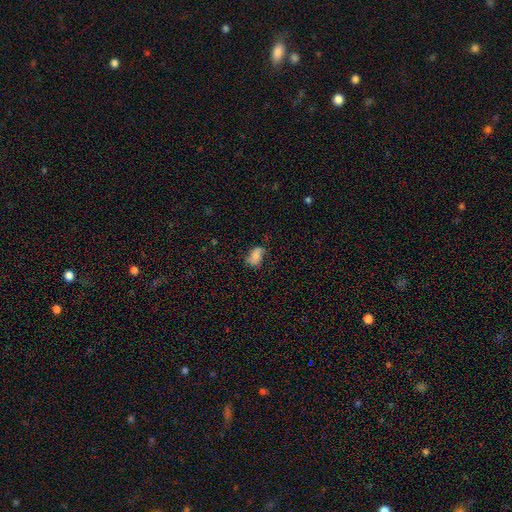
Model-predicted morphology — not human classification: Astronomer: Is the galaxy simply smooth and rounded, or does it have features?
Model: smooth — 73%.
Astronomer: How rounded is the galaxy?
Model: in between — 89%.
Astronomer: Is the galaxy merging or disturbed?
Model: none — 59%.